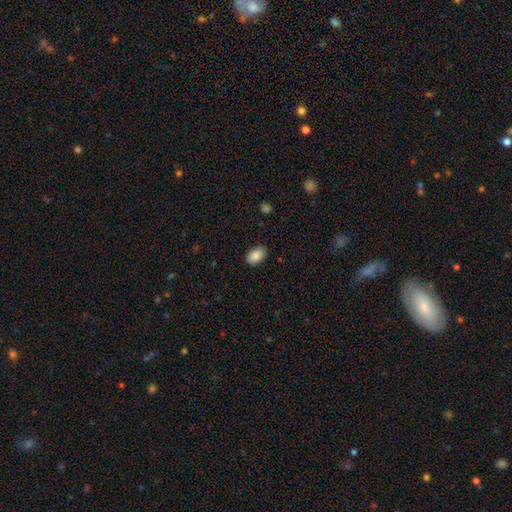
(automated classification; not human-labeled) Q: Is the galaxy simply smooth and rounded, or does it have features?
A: smooth — 87%.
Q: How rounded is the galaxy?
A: in between — 90%.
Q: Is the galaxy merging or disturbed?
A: none — 87%.